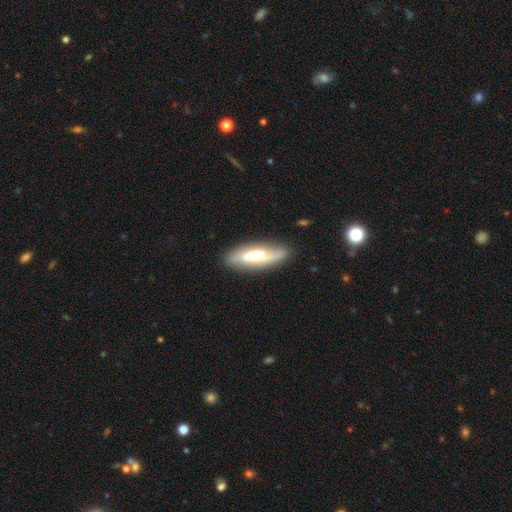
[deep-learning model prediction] Smooth or featured? featured or disk (51%)
Edge-on disk? no (60%)
Merging? none (78%)